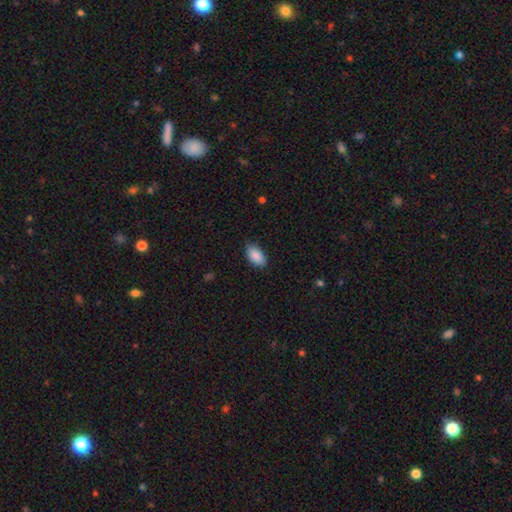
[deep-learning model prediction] This appears to be a smooth galaxy with no disk features (90%) that is in between round and cigar-shaped (95%). Merging: none (84%).